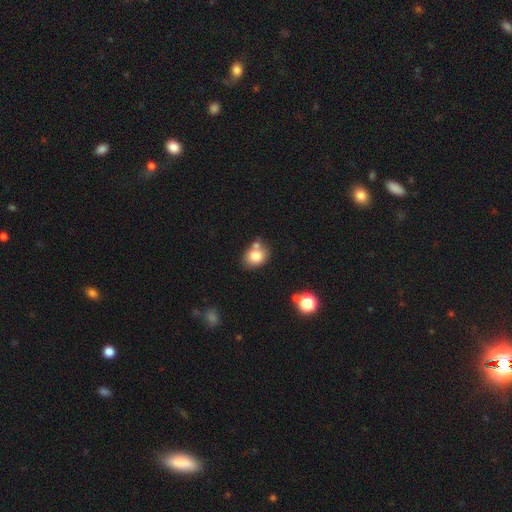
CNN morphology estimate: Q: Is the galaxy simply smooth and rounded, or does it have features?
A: smooth — 80%.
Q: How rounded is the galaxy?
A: round — 50%.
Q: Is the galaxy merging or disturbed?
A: none — 58%.